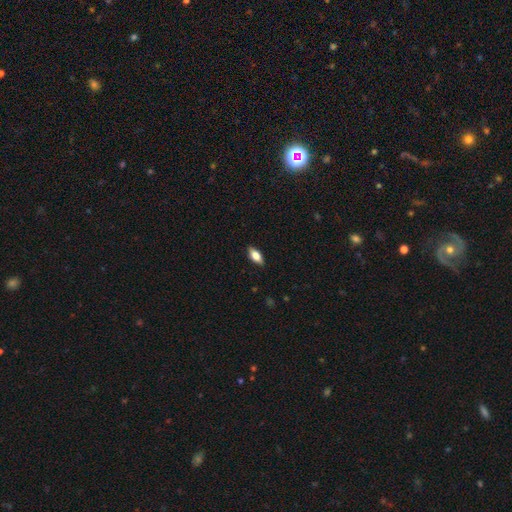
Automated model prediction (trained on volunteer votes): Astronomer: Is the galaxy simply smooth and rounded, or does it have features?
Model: smooth — 69%.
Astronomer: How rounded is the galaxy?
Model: in between — 82%.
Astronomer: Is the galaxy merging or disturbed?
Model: none — 87%.